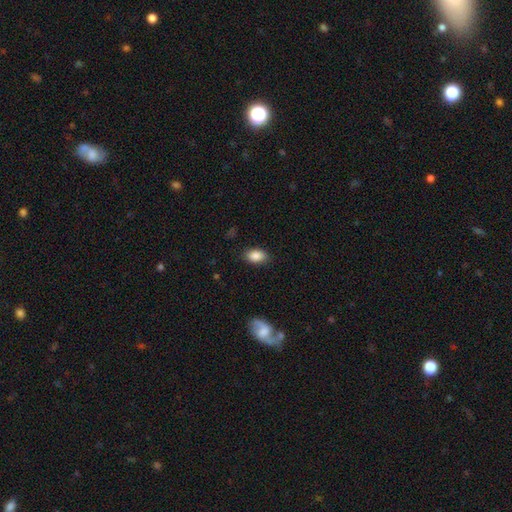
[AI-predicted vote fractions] A smooth galaxy with no disk features (87%) that is in between round and cigar-shaped (89%). Merging: none (85%).